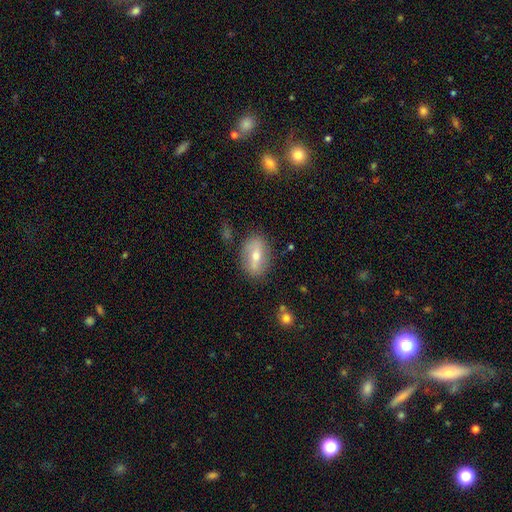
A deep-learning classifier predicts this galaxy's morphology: This appears to be a featured or disk galaxy (49%). Merging: none (81%).